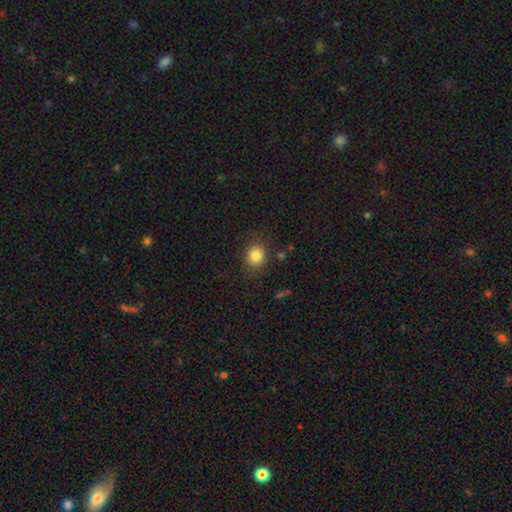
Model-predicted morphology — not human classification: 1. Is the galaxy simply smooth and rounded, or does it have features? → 84% smooth, 10% star or artifact, 6% featured or disk.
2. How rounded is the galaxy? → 75% round, 25% in between, 1% cigar-shaped.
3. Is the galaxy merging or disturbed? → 81% none, 12% minor disturbance, 5% major disturbance, 2% merger.